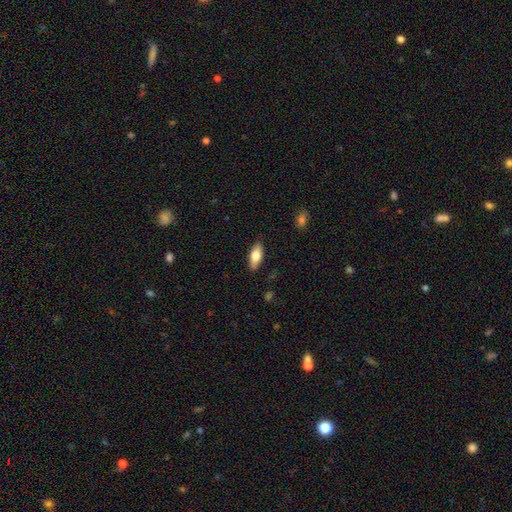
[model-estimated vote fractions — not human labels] The model was most divided on "smooth or featured": smooth: 74%, featured or disk: 20%, star or artifact: 6%. More confident: merging — none (86%); how rounded — in between (82%).